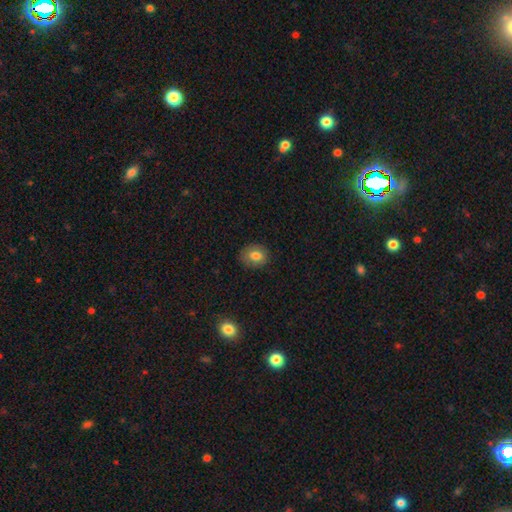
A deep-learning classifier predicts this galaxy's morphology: This appears to be a smooth galaxy with no disk features (79%) that is round (57%). Merging: none (82%).